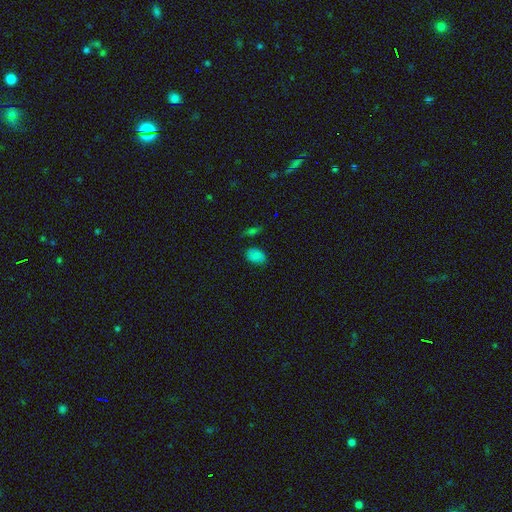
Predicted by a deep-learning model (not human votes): Morphology: type=smooth (76%); roundness=in between (88%); merging=none (69%).